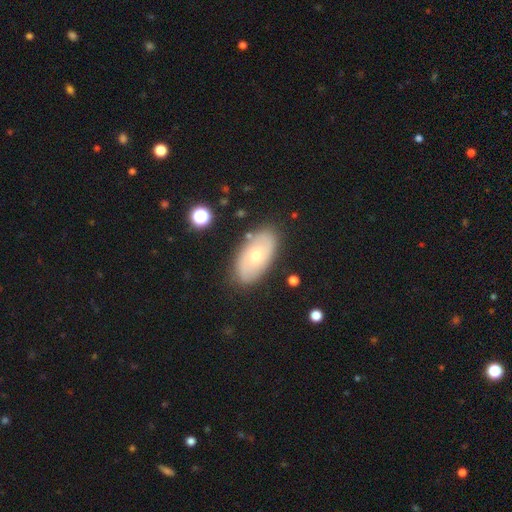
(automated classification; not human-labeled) smooth-or-featured: smooth: 50% | featured or disk: 43% | star or artifact: 7%
  merging: none: 83% | minor disturbance: 12% | major disturbance: 3% | merger: 2%